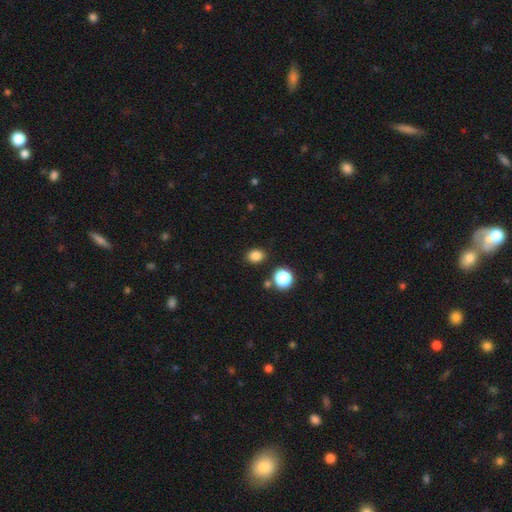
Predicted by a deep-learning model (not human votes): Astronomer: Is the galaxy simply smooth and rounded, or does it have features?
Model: smooth — 83%.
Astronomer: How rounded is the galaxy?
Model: in between — 51% (runner-up: round, 48%).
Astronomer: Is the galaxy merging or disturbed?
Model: none — 85%.